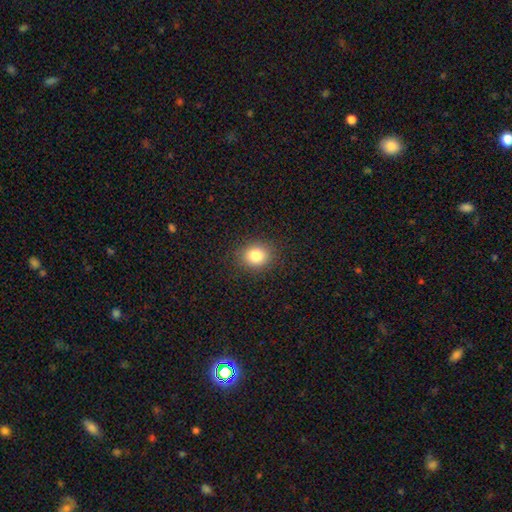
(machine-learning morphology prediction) Overall: smooth (82%). How rounded: round (67%; in between 32%). Merging: none (89%).